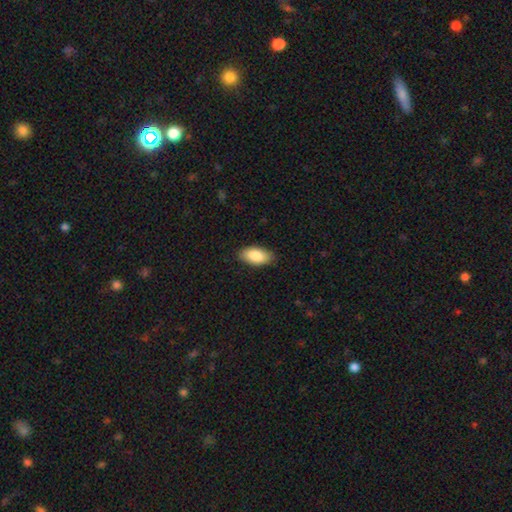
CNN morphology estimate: A smooth galaxy with no disk features (87%) that is in between round and cigar-shaped (92%). Merging: none (87%).